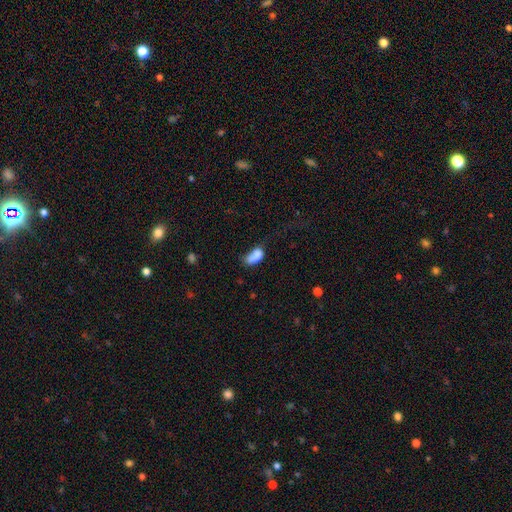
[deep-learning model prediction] A smooth galaxy with no disk features (77%) that is in between round and cigar-shaped (85%). Merging: none (27%).